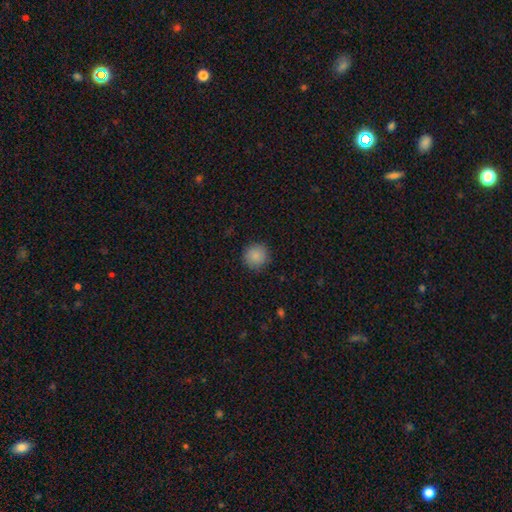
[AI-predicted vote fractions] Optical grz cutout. It shows a smooth galaxy with no disk features (87%) that is round (94%). Merging: none (89%).